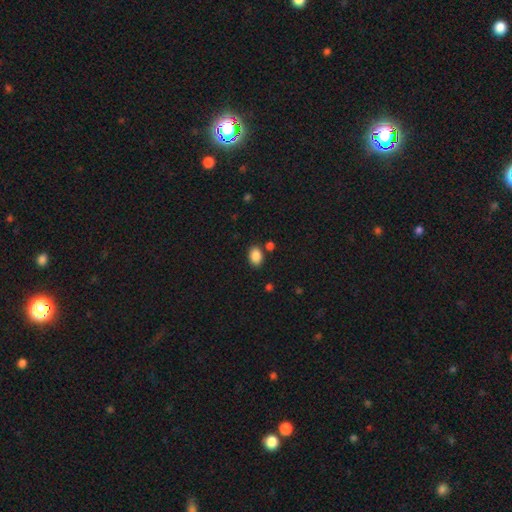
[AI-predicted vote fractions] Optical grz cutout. It shows a smooth galaxy with no disk features (87%) that is in between round and cigar-shaped (80%). Merging: none (79%).